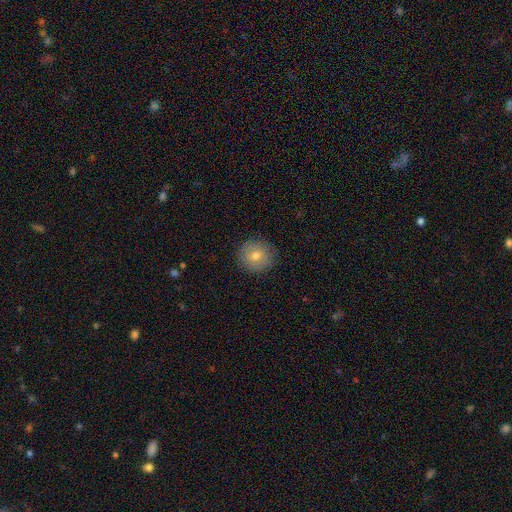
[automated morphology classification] smooth-or-featured: smooth: 72% | featured or disk: 17% | star or artifact: 11%
  how-rounded: round: 90% | in between: 9% | cigar-shaped: 1%
  merging: none: 89% | minor disturbance: 8% | major disturbance: 2% | merger: 1%